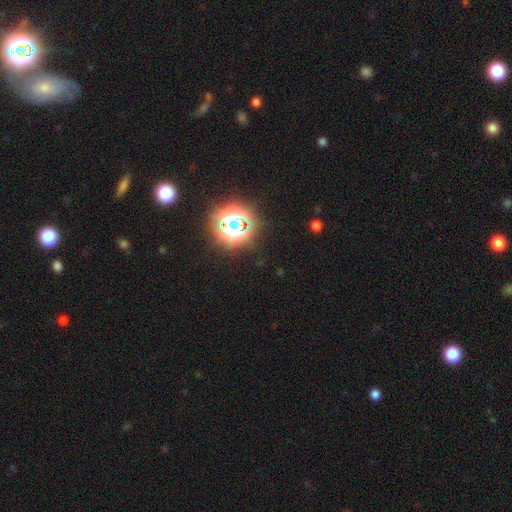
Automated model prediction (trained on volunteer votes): Overall: star or artifact (80%).